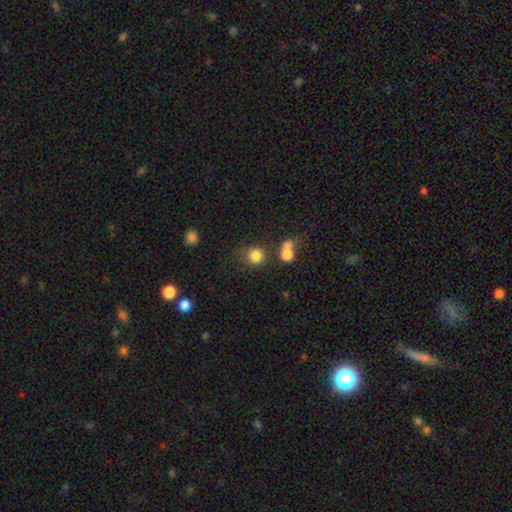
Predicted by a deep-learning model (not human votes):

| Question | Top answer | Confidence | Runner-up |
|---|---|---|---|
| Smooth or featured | smooth | 82% | star or artifact (12%) |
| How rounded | round | 89% | in between (10%) |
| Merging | none | 66% | merger (15%) |